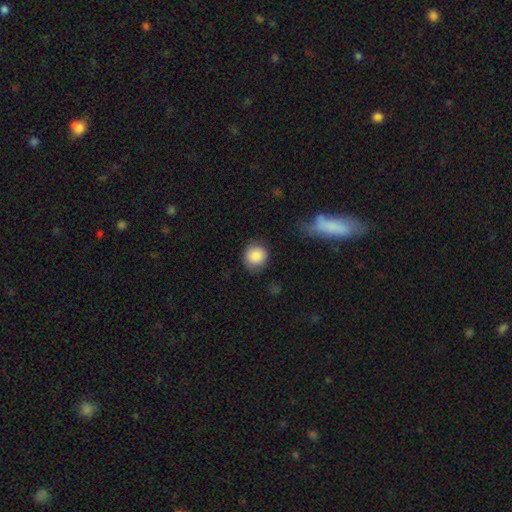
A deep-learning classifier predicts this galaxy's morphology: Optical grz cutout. It shows a smooth galaxy with no disk features (87%) that is round (90%). Merging: none (80%).